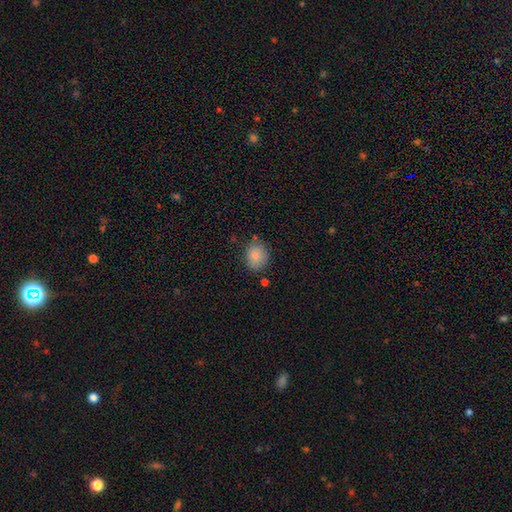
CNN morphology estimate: The model was most divided on "how rounded": round: 63%, in between: 36%, cigar-shaped: 1%. More confident: smooth or featured — smooth (85%); merging — none (79%).